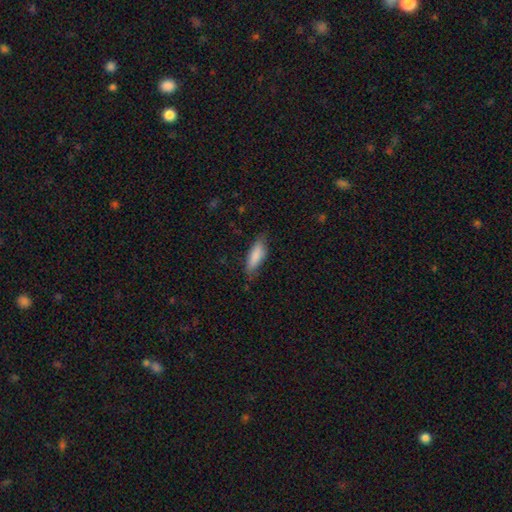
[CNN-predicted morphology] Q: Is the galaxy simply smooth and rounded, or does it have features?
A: smooth — 84%.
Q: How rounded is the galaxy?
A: in between — 58%.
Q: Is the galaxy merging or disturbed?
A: none — 71%.